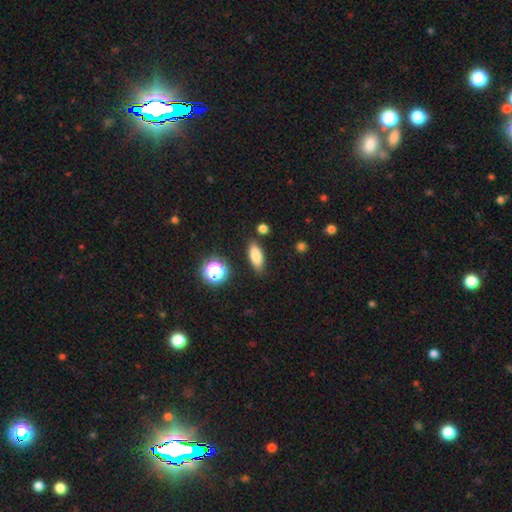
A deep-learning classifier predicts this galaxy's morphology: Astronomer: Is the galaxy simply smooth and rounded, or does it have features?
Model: smooth — 81%.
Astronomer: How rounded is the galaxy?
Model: in between — 70%.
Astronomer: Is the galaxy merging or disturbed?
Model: none — 84%.